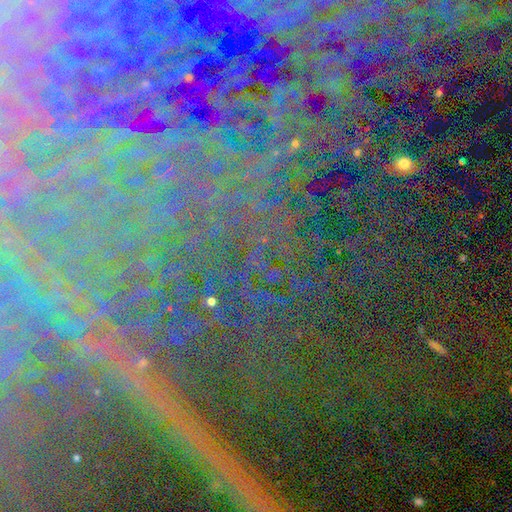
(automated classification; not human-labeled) smooth_or_featured: star or artifact (p=0.84) [alt: featured or disk p=0.09]